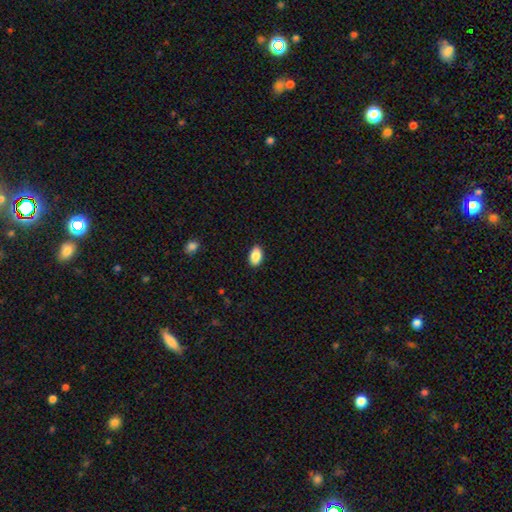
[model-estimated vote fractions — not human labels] This appears to be a smooth galaxy with no disk features (88%) that is in between round and cigar-shaped (91%). Merging: none (89%).